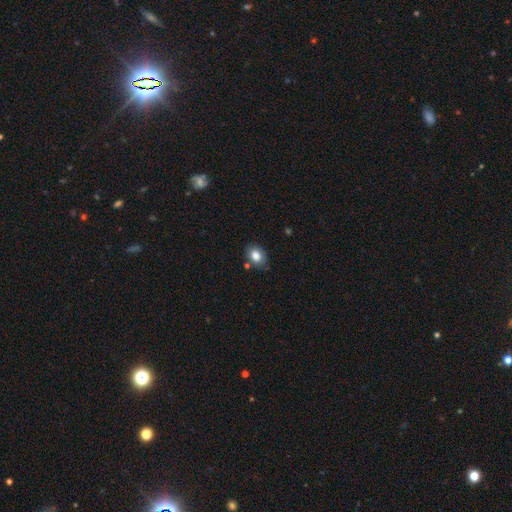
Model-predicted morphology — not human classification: A smooth galaxy with no disk features (83%) that is in between round and cigar-shaped (69%).

Vote fractions:
- Smooth or featured? smooth: 83% / featured or disk: 9% / star or artifact: 9%
- How rounded? in between: 69% / round: 30% / cigar-shaped: 1%
- Merging? none: 76% / minor disturbance: 16% / merger: 5% / major disturbance: 3%